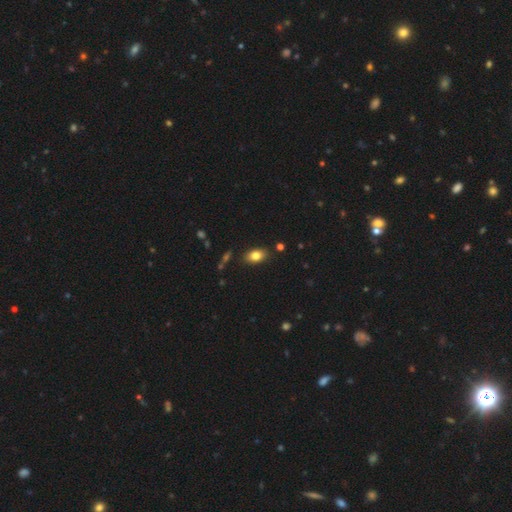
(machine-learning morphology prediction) A smooth galaxy with no disk features (82%) that is in between round and cigar-shaped (87%).

Vote fractions:
- Smooth or featured? smooth: 82% / featured or disk: 9% / star or artifact: 9%
- How rounded? in between: 87% / round: 11% / cigar-shaped: 2%
- Merging? none: 85% / minor disturbance: 11% / major disturbance: 2% / merger: 2%